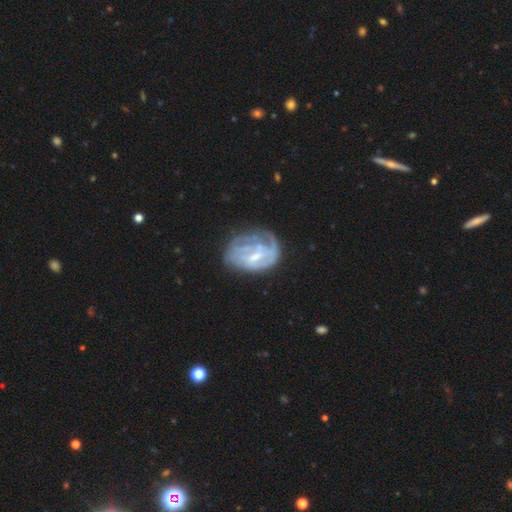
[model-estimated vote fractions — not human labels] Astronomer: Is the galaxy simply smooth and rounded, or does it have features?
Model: featured or disk — 70%.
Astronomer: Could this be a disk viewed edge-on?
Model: no — 97%.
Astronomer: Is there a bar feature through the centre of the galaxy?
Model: weak — 50% (runner-up: no, 32%).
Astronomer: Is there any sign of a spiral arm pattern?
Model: yes — 65%.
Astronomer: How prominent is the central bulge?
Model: small — 44% (runner-up: moderate, 35%).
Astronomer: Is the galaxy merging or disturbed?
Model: none — 43% (runner-up: minor disturbance, 27%).